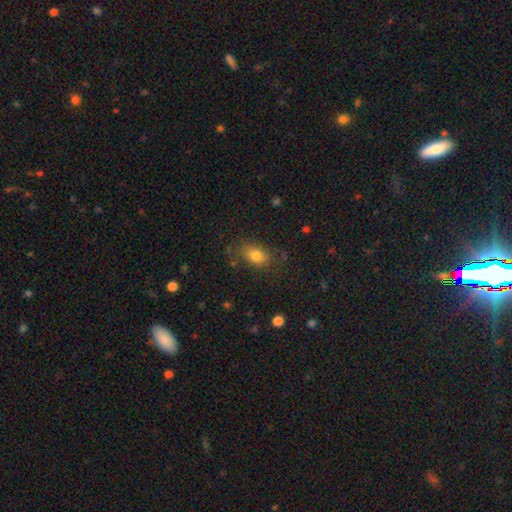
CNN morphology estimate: This is likely a smooth galaxy (80%). How rounded: clearly in between (83%). Merging: likely none (75%).